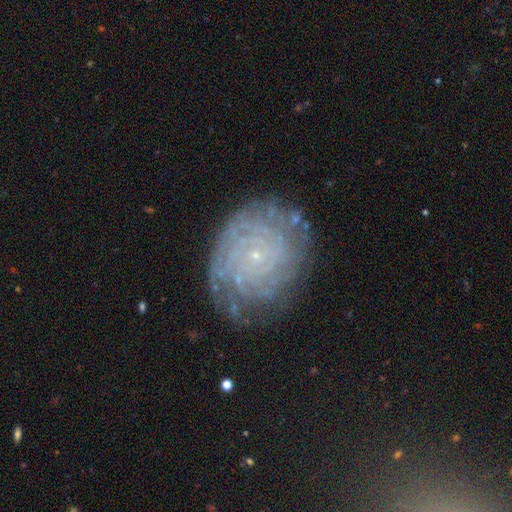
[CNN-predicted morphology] Smooth or featured? featured or disk (81%)
Edge-on disk? no (97%)
Bar? no (83%)
Spiral arms? yes (95%)
Spiral winding? tight (86%)
Spiral arm count? can't tell (36%)
Bulge size? small (90%)
Merging? none (76%)